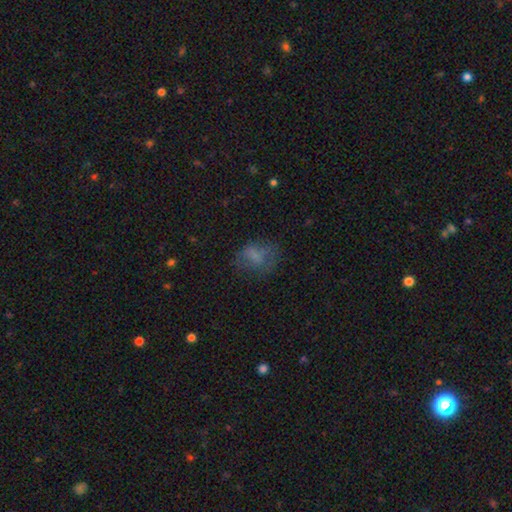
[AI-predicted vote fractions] smooth 62%, featured or disk 22%, star or artifact 16%. Down the decision tree: how rounded — in between (62%); merging — none (51%).